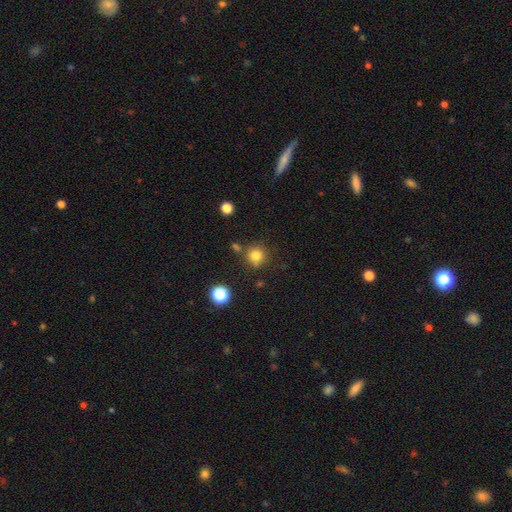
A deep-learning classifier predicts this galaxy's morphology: This is likely a smooth galaxy (80%). How rounded: clearly round (91%). Merging: likely none (78%).